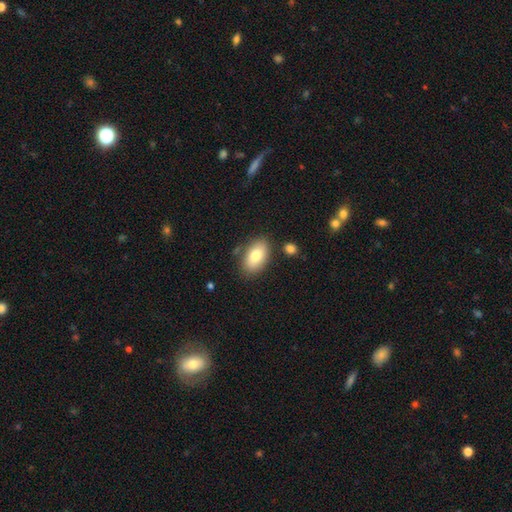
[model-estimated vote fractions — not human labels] This is likely a smooth galaxy (79%). How rounded: clearly in between (93%). Merging: likely none (79%).